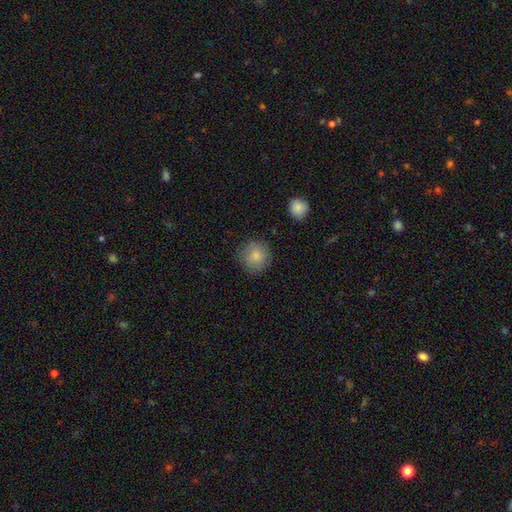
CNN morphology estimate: Smooth or featured? smooth (84%)
How rounded? round (92%)
Merging? none (83%)